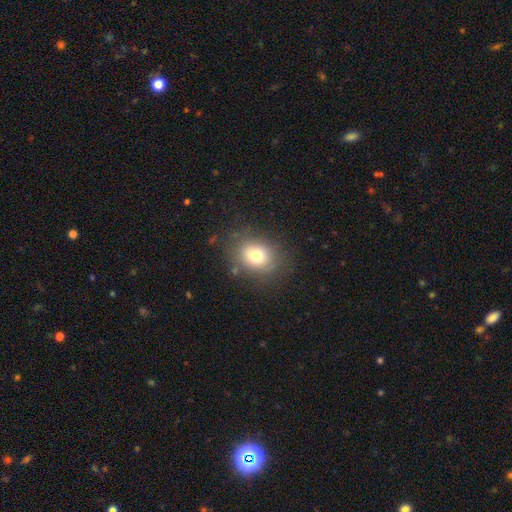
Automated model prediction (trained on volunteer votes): smooth-or-featured: smooth: 75% | star or artifact: 13% | featured or disk: 13%
  how-rounded: round: 57% | in between: 42% | cigar-shaped: 1%
  merging: none: 81% | minor disturbance: 12% | major disturbance: 5% | merger: 2%